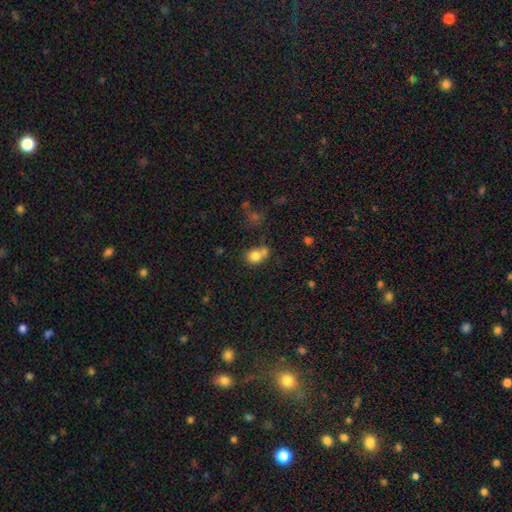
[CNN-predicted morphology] The model was most divided on "merging": none: 43%, merger: 36%, minor disturbance: 15%, major disturbance: 6%. More confident: smooth or featured — smooth (80%); how rounded — round (56%).